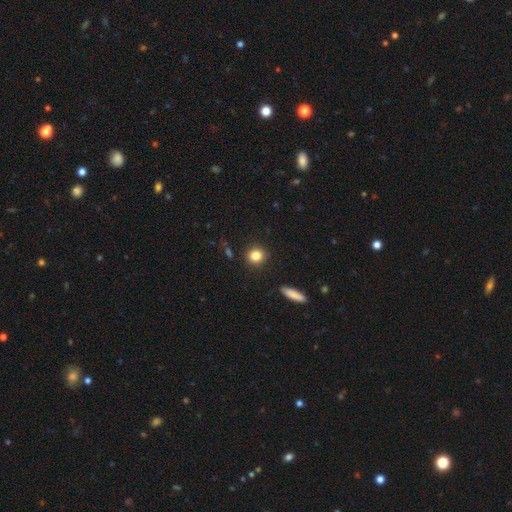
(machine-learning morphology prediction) smooth 82%, star or artifact 11%, featured or disk 7%. Down the decision tree: how rounded — round (86%); merging — none (90%).